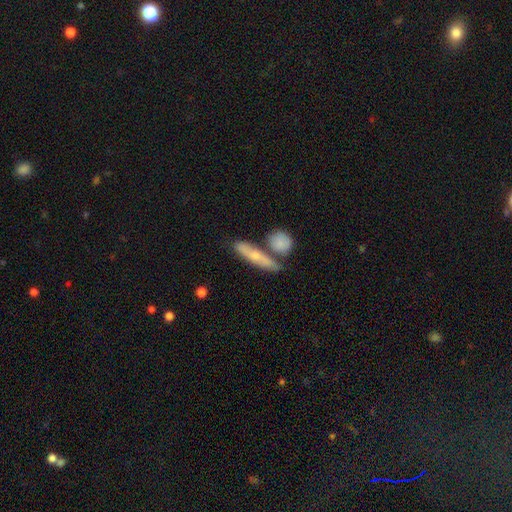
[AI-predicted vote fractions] Smooth or featured? Predicted: smooth (p=0.56). How rounded? Predicted: cigar-shaped (p=0.72). Merging? Predicted: none (p=0.61).